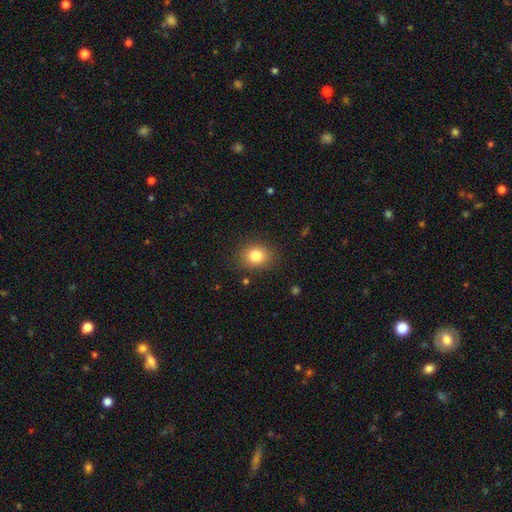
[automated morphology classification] Q: Smooth or featured?
A: smooth (82%); runner-up: star or artifact (10%)
Q: How rounded?
A: round (61%); runner-up: in between (38%)
Q: Merging?
A: none (86%); runner-up: minor disturbance (10%)